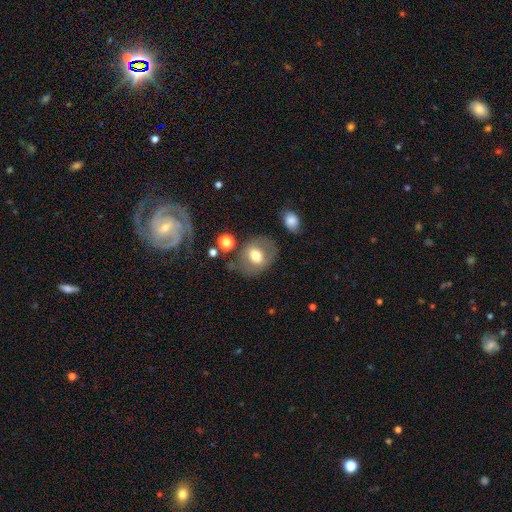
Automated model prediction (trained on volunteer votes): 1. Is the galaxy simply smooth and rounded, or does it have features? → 61% smooth, 30% featured or disk, 9% star or artifact.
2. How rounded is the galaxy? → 54% round, 45% in between, 1% cigar-shaped.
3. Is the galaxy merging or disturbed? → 69% none, 17% minor disturbance, 9% major disturbance, 5% merger.